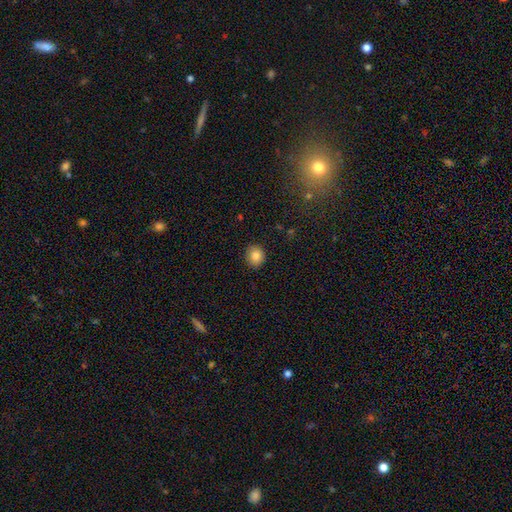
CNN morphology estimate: Smooth or featured? smooth (84%)
How rounded? round (78%)
Merging? none (89%)